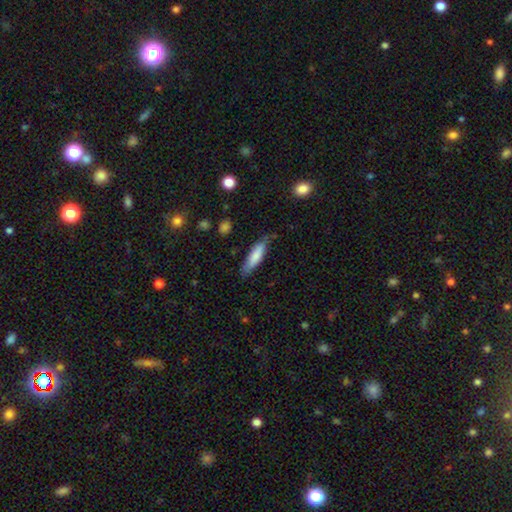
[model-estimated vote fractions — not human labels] Smooth or featured?
  - smooth: 78% *
  - featured or disk: 16%
  - star or artifact: 6%
How rounded?
  - cigar-shaped: 68% *
  - in between: 31%
  - round: 1%
Merging?
  - none: 75% *
  - minor disturbance: 20%
  - major disturbance: 4%
  - merger: 2%